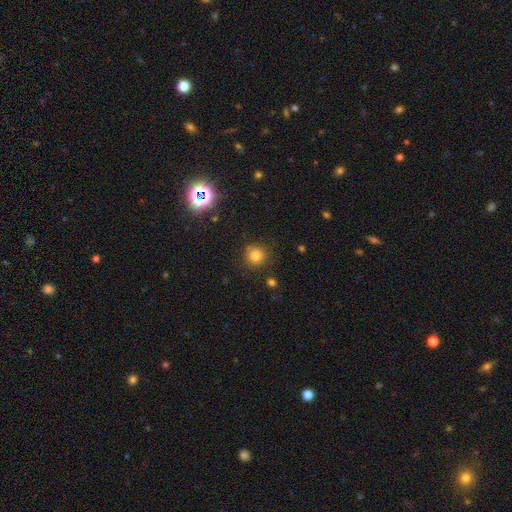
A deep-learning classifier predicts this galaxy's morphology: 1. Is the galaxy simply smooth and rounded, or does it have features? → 79% smooth, 15% star or artifact, 6% featured or disk.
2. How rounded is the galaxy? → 92% round, 7% in between, 1% cigar-shaped.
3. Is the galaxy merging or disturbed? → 83% none, 11% minor disturbance, 3% major disturbance, 3% merger.